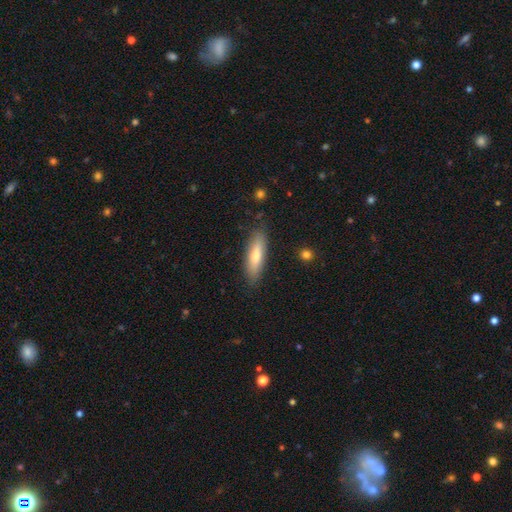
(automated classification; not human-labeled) smooth-or-featured: smooth: 69% | featured or disk: 24% | star or artifact: 6%
  how-rounded: cigar-shaped: 53% | in between: 45% | round: 2%
  merging: none: 85% | minor disturbance: 11% | major disturbance: 3% | merger: 1%